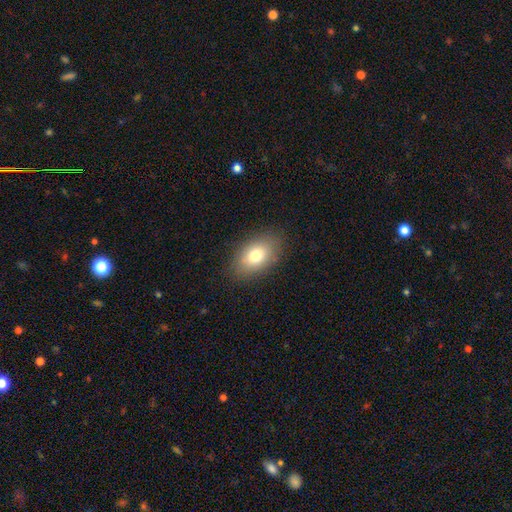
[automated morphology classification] This is likely a smooth galaxy (79%). How rounded: clearly in between (88%). Merging: clearly none (85%).